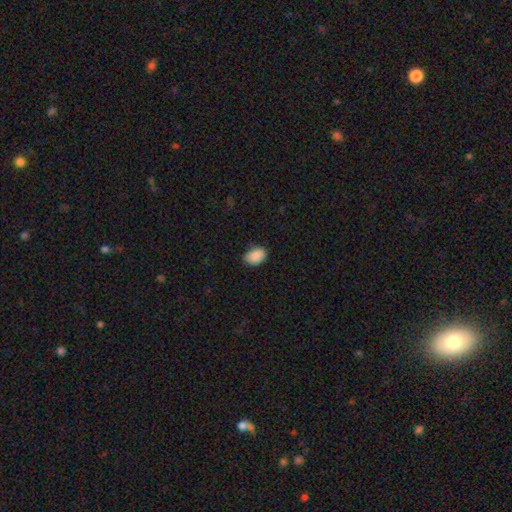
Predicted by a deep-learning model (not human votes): Smooth or featured: smooth — 89% (star or artifact — 7%)
How rounded: in between — 87% (round — 12%)
Merging: none — 77% (minor disturbance — 19%)